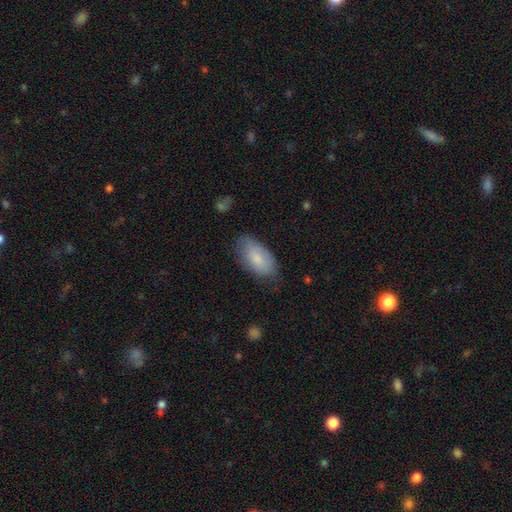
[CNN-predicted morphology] This is likely a smooth galaxy (78%). How rounded: clearly in between (93%). Merging: likely none (68%).